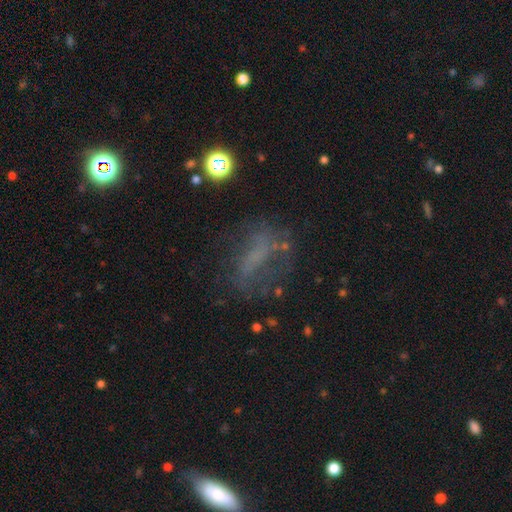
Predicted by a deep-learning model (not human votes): Q: Smooth or featured?
A: featured or disk (38%); runner-up: smooth (34%)
Q: Merging?
A: none (52%); runner-up: major disturbance (24%)